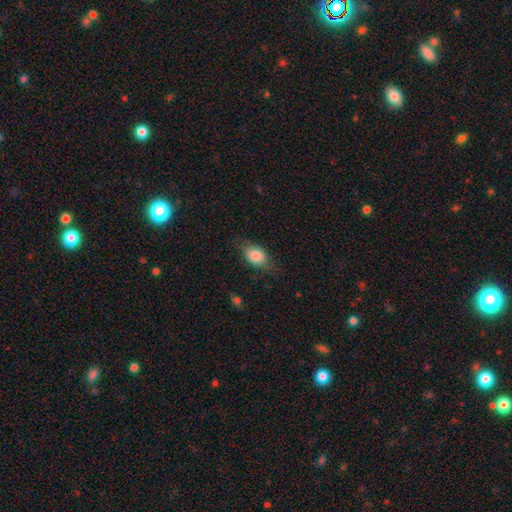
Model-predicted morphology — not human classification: Smooth or featured? smooth (78%)
How rounded? in between (70%)
Merging? none (68%)